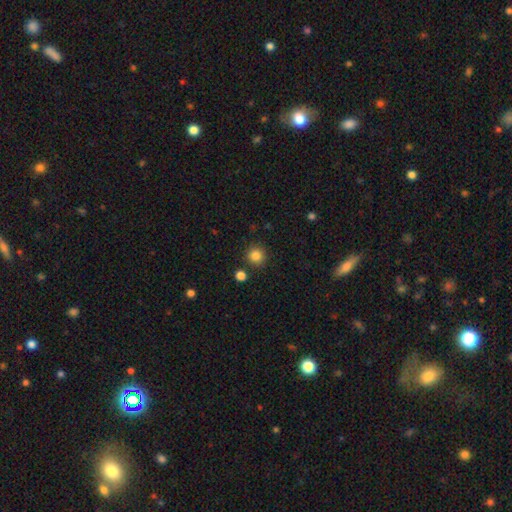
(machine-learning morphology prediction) This is clearly a smooth galaxy (84%). How rounded: clearly round (93%). Merging: clearly none (86%).